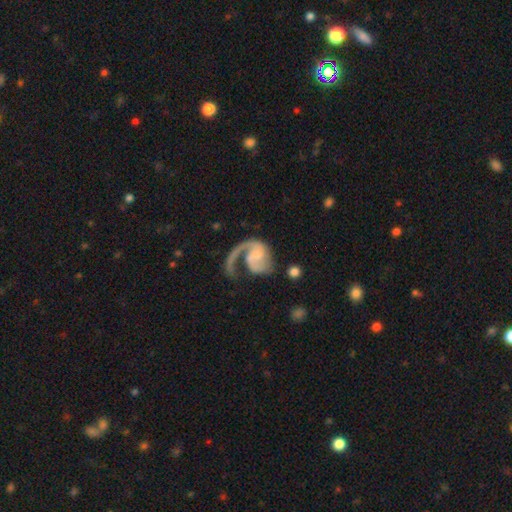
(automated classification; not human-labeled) This appears to be a featured or disk galaxy (86%) with no bar (58%), 1 (60%) loose (43%) spiral arms (95%) and a small central bulge (51%). Merging: major disturbance (42%).